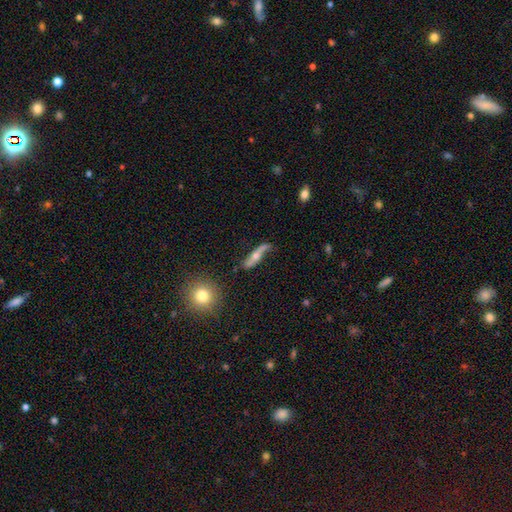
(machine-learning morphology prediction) A featured or disk galaxy (59%) with not edge-on (50%, tied with yes).

Vote fractions:
- Smooth or featured? featured or disk: 59% / smooth: 34% / star or artifact: 7%
- Edge-on disk? no: 50% (tied) / yes: 50% (tied)
- Merging? none: 52% / minor disturbance: 28% / major disturbance: 15% / merger: 5%